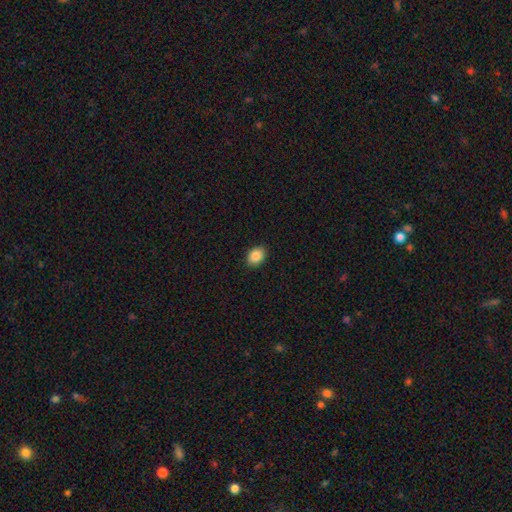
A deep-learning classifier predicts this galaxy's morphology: smooth_or_featured: smooth (p=0.88) [alt: star or artifact p=0.08]
how_rounded: in between (p=0.69) [alt: round p=0.30]
merging: none (p=0.89) [alt: minor disturbance p=0.08]